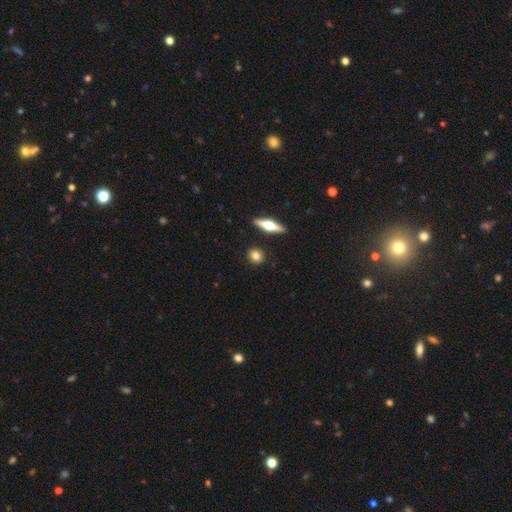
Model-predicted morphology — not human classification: Smooth or featured? smooth (77%)
How rounded? round (74%)
Merging? none (88%)